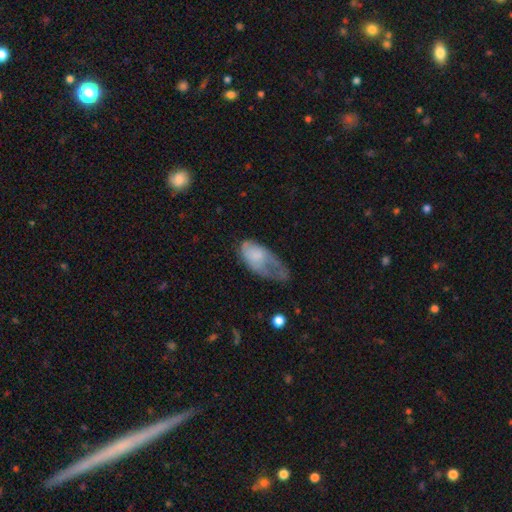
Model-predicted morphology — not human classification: Smooth or featured?
  - smooth: 58% *
  - featured or disk: 35%
  - star or artifact: 7%
How rounded?
  - in between: 91% *
  - cigar-shaped: 5%
  - round: 4%
Merging?
  - major disturbance: 46% *
  - minor disturbance: 31%
  - none: 19%
  - merger: 3%